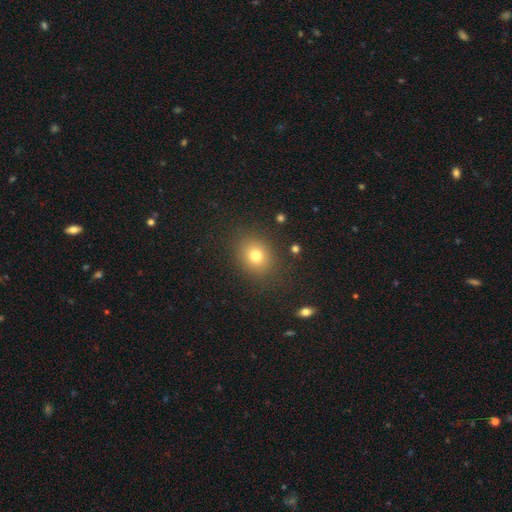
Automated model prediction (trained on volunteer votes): Smooth or featured: smooth — 76% (star or artifact — 14%)
How rounded: round — 61% (in between — 38%)
Merging: none — 84% (minor disturbance — 10%)